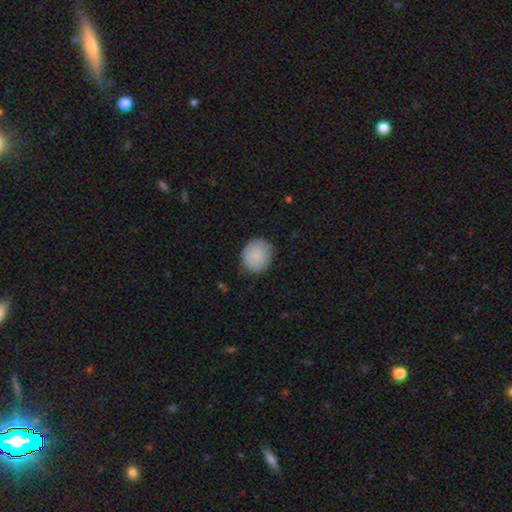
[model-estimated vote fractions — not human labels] Q: Smooth or featured?
A: smooth (87%); runner-up: featured or disk (7%)
Q: How rounded?
A: round (83%); runner-up: in between (16%)
Q: Merging?
A: none (84%); runner-up: minor disturbance (12%)